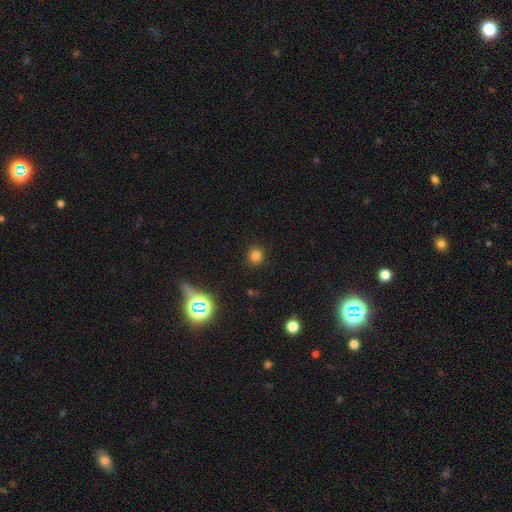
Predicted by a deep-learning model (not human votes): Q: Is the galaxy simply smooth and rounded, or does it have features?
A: smooth — 78%.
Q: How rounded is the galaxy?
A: round — 91%.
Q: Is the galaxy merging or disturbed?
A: none — 91%.